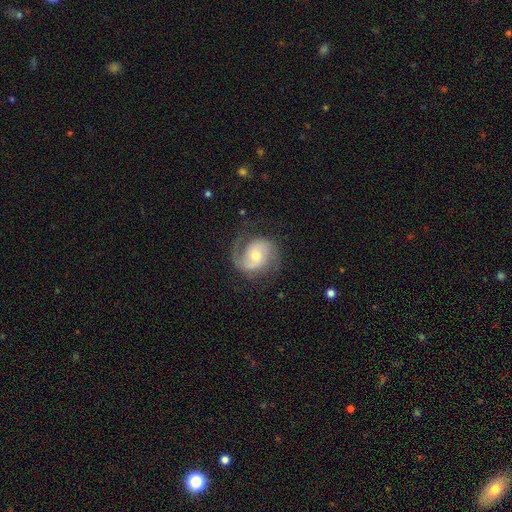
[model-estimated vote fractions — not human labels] This is clearly a featured or disk galaxy (84%). It is clearly not viewed edge-on (98%). Bar: possibly no (56%). Spiral arm pattern: clearly yes (96%). Spiral arm count: likely 2 (73%). Spiral winding: possibly medium (48%). Central bulge: likely moderate (61%). Merging: likely none (68%).